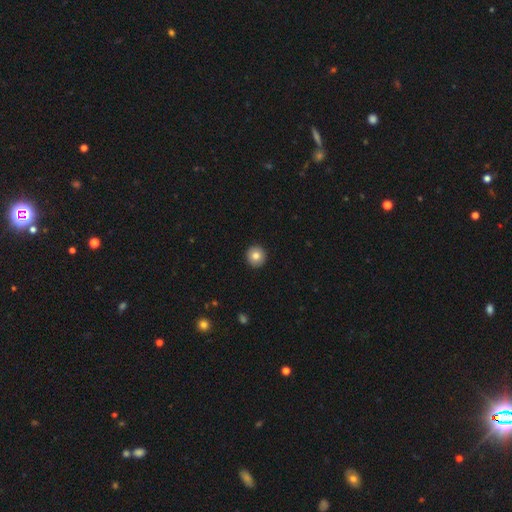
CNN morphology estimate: A smooth galaxy with no disk features (82%) that is round (95%). Merging: none (93%).